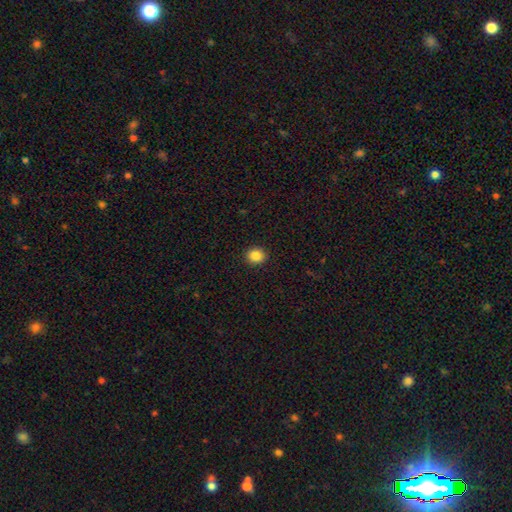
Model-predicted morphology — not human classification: smooth_or_featured: smooth (p=0.86) [alt: star or artifact p=0.10]
how_rounded: round (p=0.80) [alt: in between p=0.19]
merging: none (p=0.92) [alt: minor disturbance p=0.06]